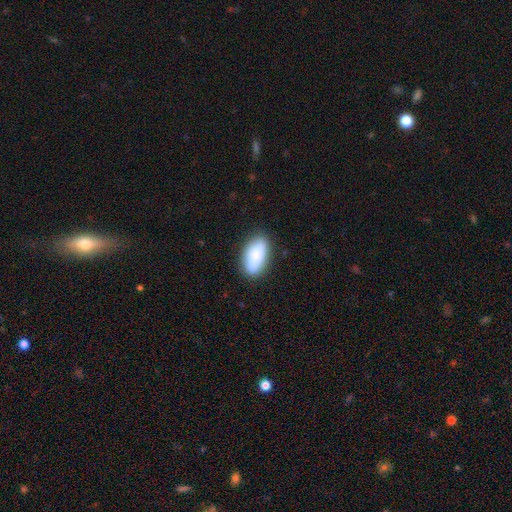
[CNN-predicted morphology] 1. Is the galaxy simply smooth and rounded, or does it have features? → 84% smooth, 10% featured or disk, 7% star or artifact.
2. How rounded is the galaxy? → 85% in between, 12% cigar-shaped, 3% round.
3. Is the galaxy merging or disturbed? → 82% none, 13% minor disturbance, 3% major disturbance, 2% merger.